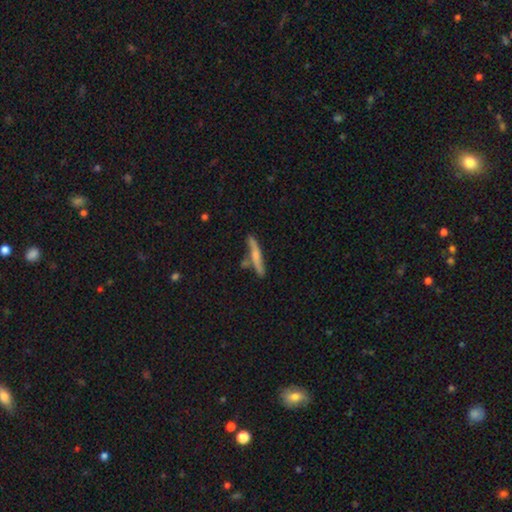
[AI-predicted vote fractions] smooth 50%, featured or disk 44%, star or artifact 6%. Down the decision tree: merging — none (72%).